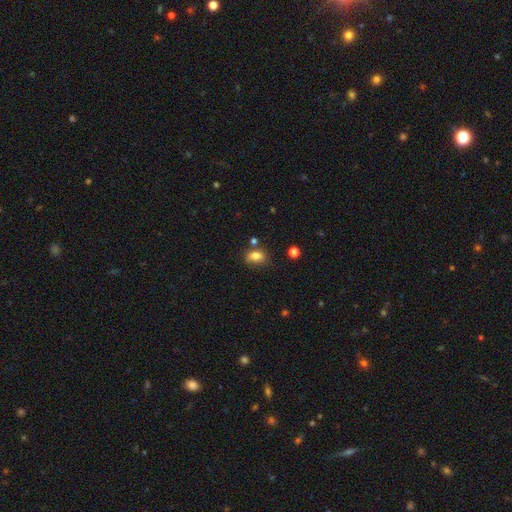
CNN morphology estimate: A smooth galaxy with no disk features (81%) that is in between round and cigar-shaped (80%).

Vote fractions:
- Smooth or featured? smooth: 81% / star or artifact: 11% / featured or disk: 9%
- How rounded? in between: 80% / round: 18% / cigar-shaped: 2%
- Merging? none: 63% / minor disturbance: 23% / merger: 9% / major disturbance: 6%